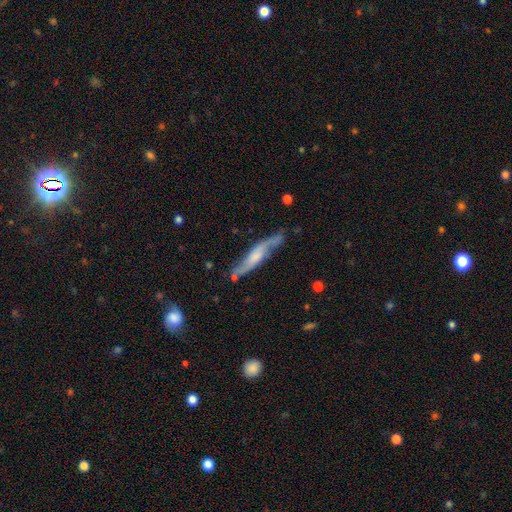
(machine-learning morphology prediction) This is likely a featured or disk galaxy (66%). It is possibly viewed edge-on (55%). Merging: likely none (70%).